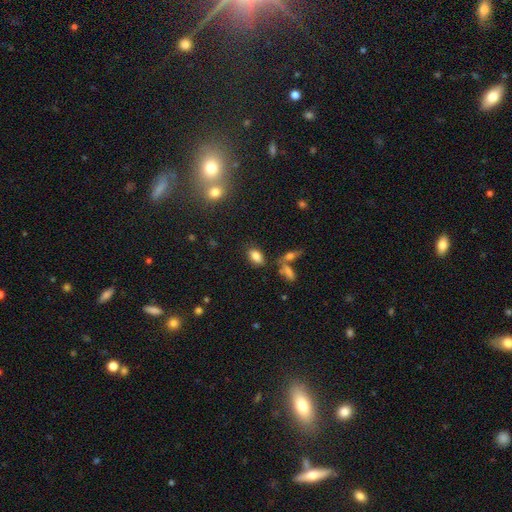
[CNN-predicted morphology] smooth-or-featured: smooth: 81% | star or artifact: 10% | featured or disk: 8%
  how-rounded: in between: 88% | round: 9% | cigar-shaped: 3%
  merging: none: 75% | minor disturbance: 12% | merger: 9% | major disturbance: 4%